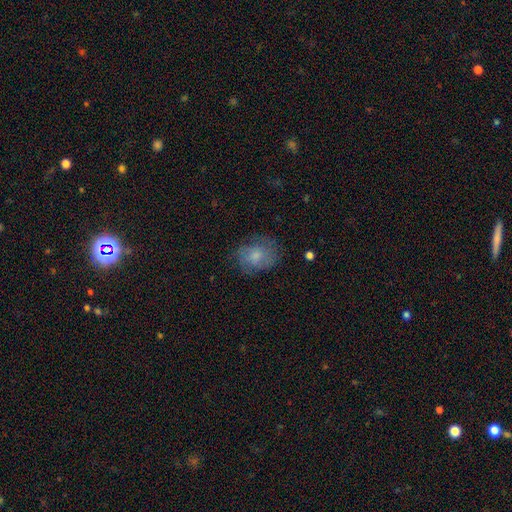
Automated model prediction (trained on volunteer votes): Overall: smooth (63%; featured or disk 28%). How rounded: round (54%; in between 45%). Merging: none (68%).